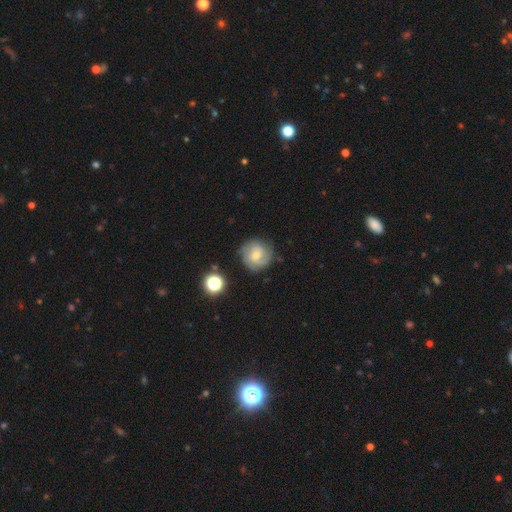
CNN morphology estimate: The model was most divided on "bulge size": small: 49%, moderate: 44%, none: 3%, large: 3%, dominant: 1%. More confident: edge-on disk — no (97%); spiral arms — yes (85%); merging — none (77%); bar — no (57%); smooth or featured — featured or disk (52%).